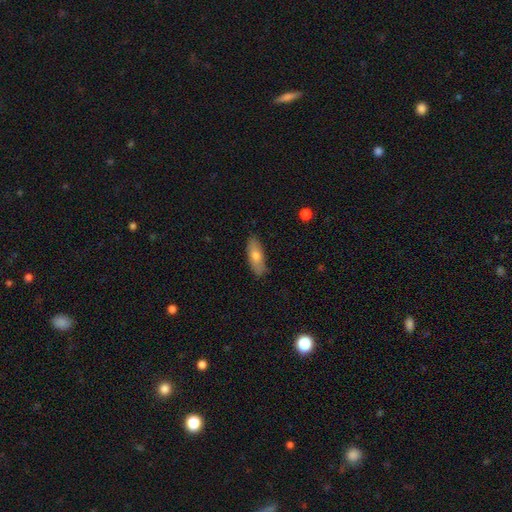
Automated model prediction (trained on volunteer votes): Overall: smooth (70%). How rounded: in between (68%; cigar-shaped 29%). Merging: none (84%).